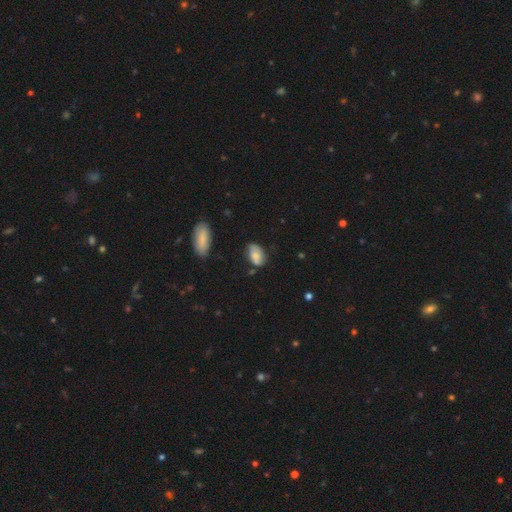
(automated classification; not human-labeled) smooth_or_featured: smooth (p=0.71) [alt: featured or disk p=0.21]
how_rounded: in between (p=0.91) [alt: round p=0.07]
merging: none (p=0.59) [alt: minor disturbance p=0.29]